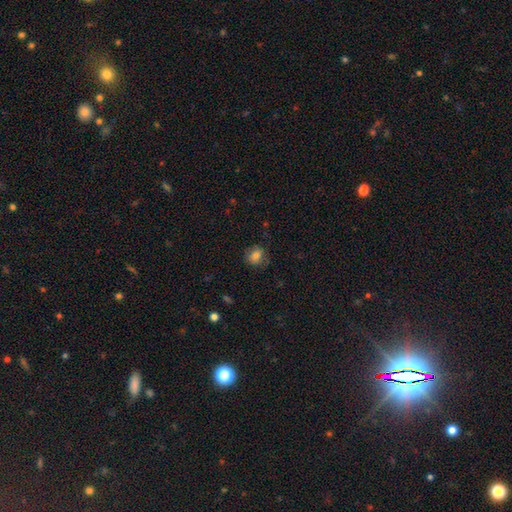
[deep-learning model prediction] Smooth or featured? smooth (79%)
How rounded? round (72%)
Merging? none (76%)